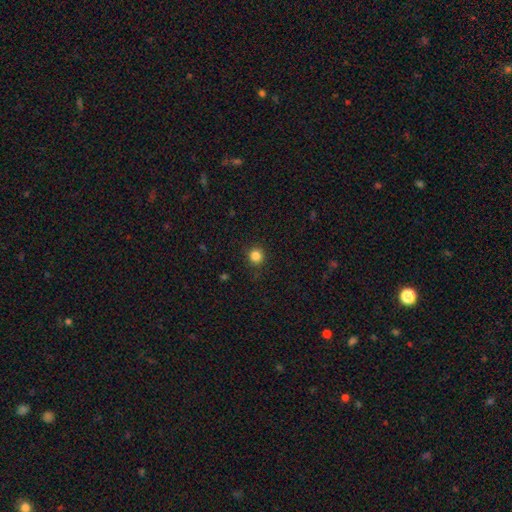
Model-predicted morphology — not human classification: Smooth or featured? smooth (84%)
How rounded? round (94%)
Merging? none (91%)